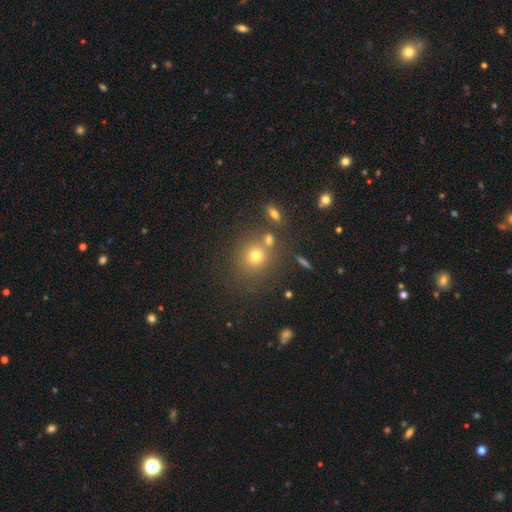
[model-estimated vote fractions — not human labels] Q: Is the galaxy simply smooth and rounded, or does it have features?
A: smooth — 69%.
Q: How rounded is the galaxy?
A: round — 85%.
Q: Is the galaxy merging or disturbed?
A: none — 69%.